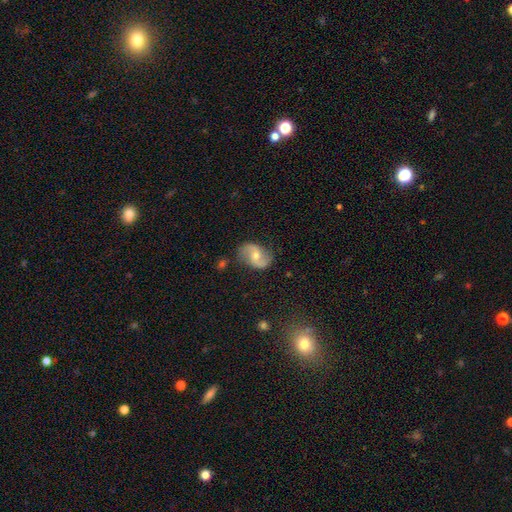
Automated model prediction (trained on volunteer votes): smooth-or-featured: featured or disk: 80% | smooth: 14% | star or artifact: 6%
  disk-edge-on: no: 98% | yes: 2%
    bar: no: 47% | weak: 41% | strong: 12%
    has-spiral-arms: yes: 94% | no: 6%
      spiral-winding: loose: 55% | medium: 35% | tight: 10%
      spiral-arm-count: 2: 93% | can't tell: 3% | 1: 1% | 3: 1% | 4: 1% | more than 4: 1%
    bulge-size: moderate: 54% | small: 40% | large: 2% | none: 2% | dominant: 1%
  merging: none: 79% | minor disturbance: 15% | major disturbance: 4% | merger: 2%